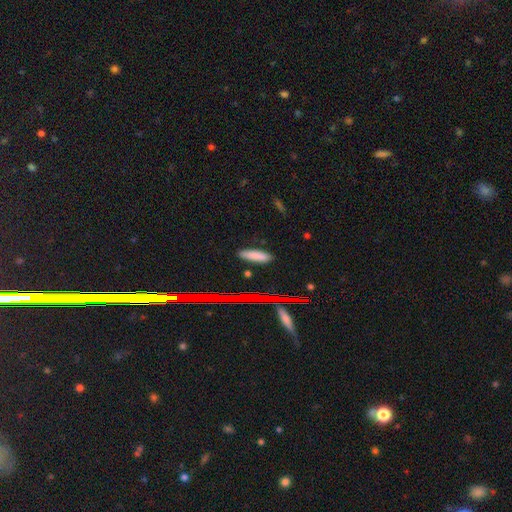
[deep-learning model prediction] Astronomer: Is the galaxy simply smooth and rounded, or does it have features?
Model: smooth — 82%.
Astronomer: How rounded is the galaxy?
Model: cigar-shaped — 52% (runner-up: in between, 46%).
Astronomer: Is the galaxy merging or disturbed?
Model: none — 86%.